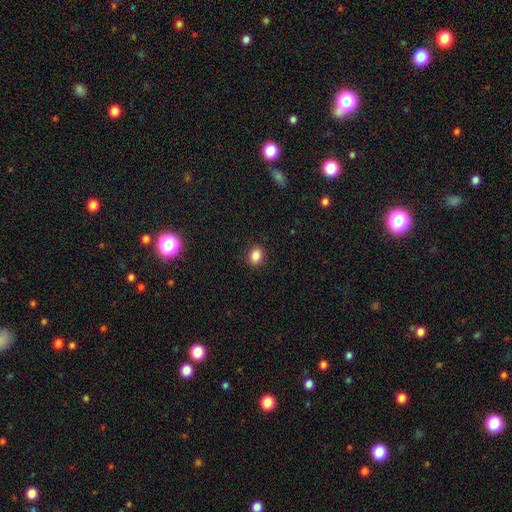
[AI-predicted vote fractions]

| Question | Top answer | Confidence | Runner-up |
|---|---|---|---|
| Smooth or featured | smooth | 85% | star or artifact (10%) |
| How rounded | in between | 54% | round (45%) |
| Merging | none | 90% | minor disturbance (7%) |